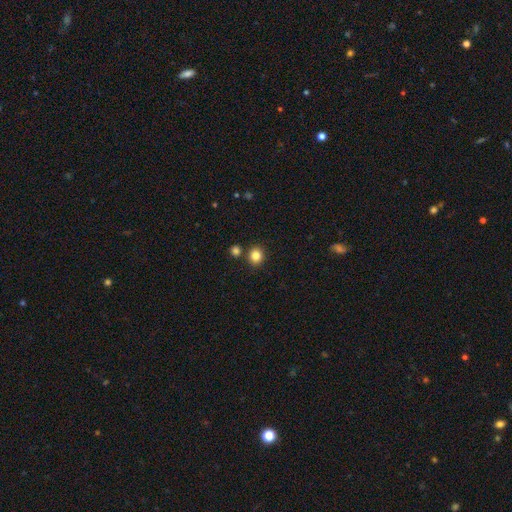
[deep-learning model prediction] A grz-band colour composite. It shows a smooth galaxy with no disk features (83%) that is round (85%). Merging: none (83%).